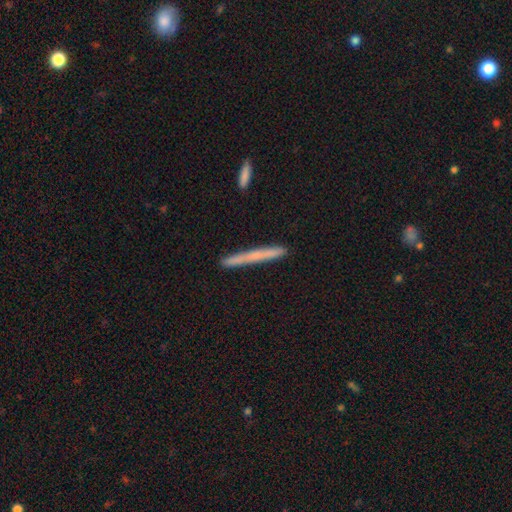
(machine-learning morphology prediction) The model was most divided on "smooth or featured": smooth: 57%, featured or disk: 37%, star or artifact: 6%. More confident: how rounded — cigar-shaped (97%); merging — none (89%).